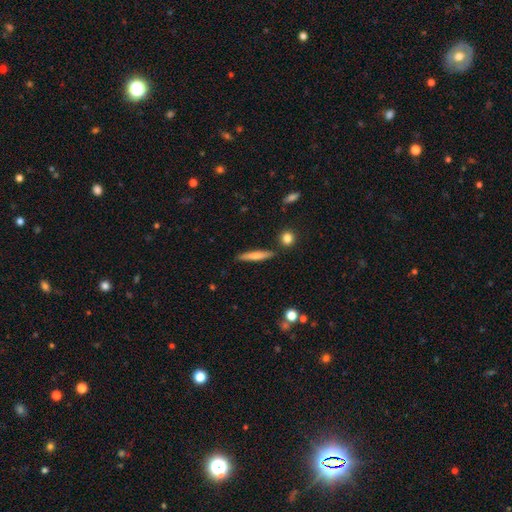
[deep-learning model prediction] Smooth or featured? smooth (66%)
How rounded? cigar-shaped (90%)
Merging? none (85%)